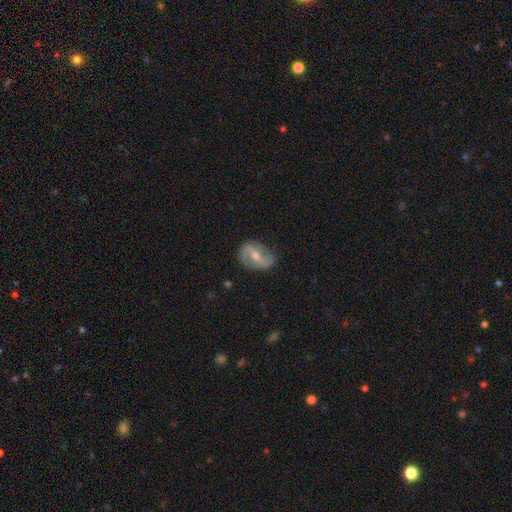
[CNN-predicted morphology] Smooth or featured: featured or disk — 74% (smooth — 20%)
Edge-on disk: no — 95% (yes — 5%)
Bar: weak — 40% (strong — 35%)
Spiral arms: yes — 80% (no — 20%)
Spiral winding: medium — 40% (loose — 37%)
Spiral arm count: 2 — 86% (can't tell — 8%)
Bulge size: moderate — 66% (small — 30%)
Merging: none — 76% (minor disturbance — 18%)